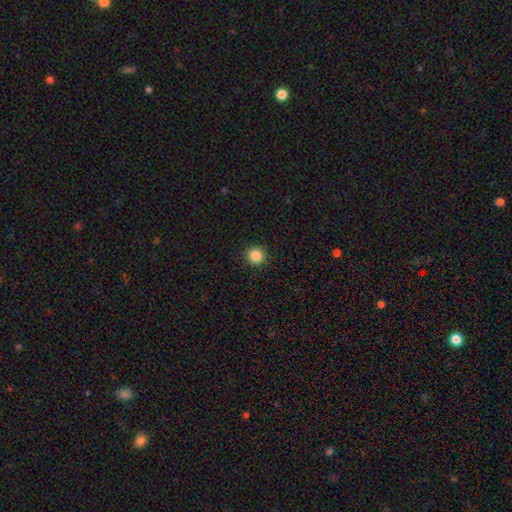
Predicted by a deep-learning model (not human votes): Q: Smooth or featured?
A: smooth (86%); runner-up: star or artifact (11%)
Q: How rounded?
A: round (94%); runner-up: in between (5%)
Q: Merging?
A: none (91%); runner-up: minor disturbance (6%)